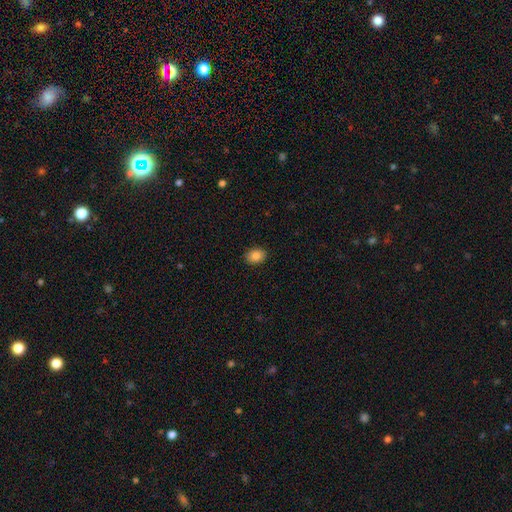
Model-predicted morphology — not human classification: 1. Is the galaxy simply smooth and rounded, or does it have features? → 86% smooth, 9% star or artifact, 5% featured or disk.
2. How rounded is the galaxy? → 63% in between, 36% round, 1% cigar-shaped.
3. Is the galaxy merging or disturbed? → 89% none, 8% minor disturbance, 2% major disturbance, 1% merger.